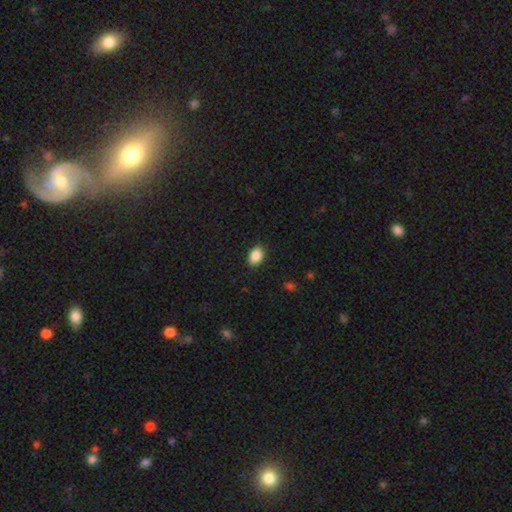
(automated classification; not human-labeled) smooth-or-featured: smooth: 88% | star or artifact: 8% | featured or disk: 4%
  how-rounded: in between: 84% | round: 15% | cigar-shaped: 1%
  merging: none: 89% | minor disturbance: 8% | major disturbance: 2% | merger: 1%